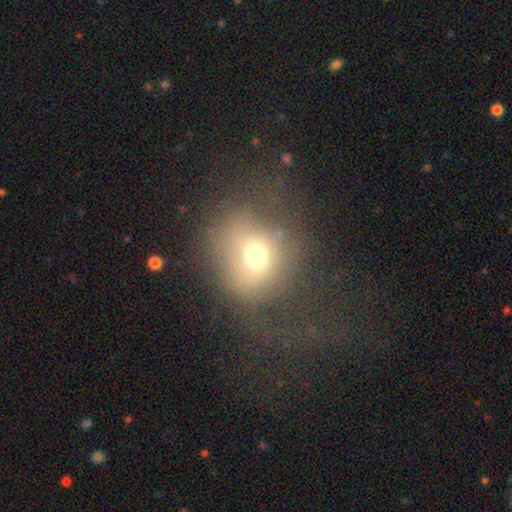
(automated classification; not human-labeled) Smooth or featured? smooth (65%)
How rounded? round (69%)
Merging? none (43%)